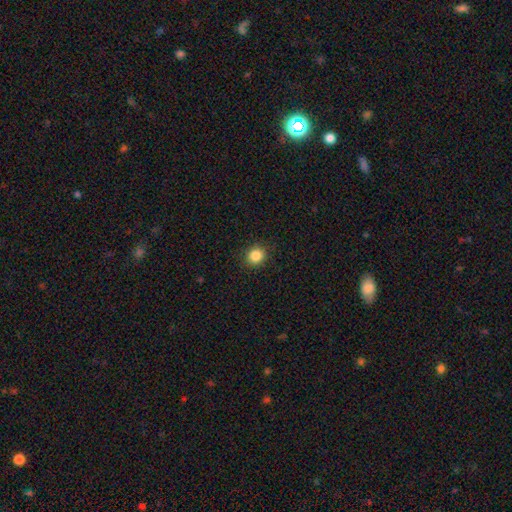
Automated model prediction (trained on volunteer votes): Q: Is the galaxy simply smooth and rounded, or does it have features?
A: smooth — 86%.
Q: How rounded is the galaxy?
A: round — 85%.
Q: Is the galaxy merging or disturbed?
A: none — 91%.